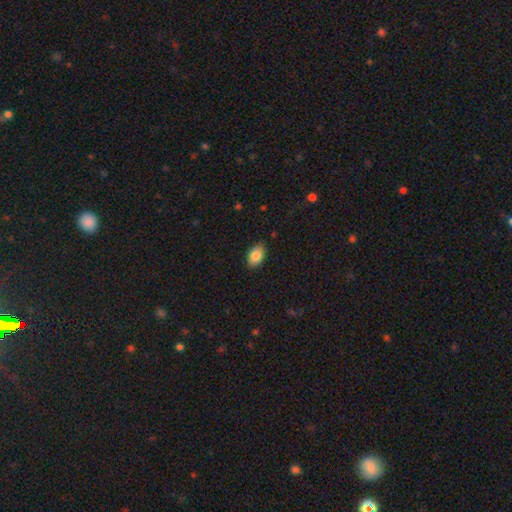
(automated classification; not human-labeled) Morphology: type=smooth (85%); roundness=in between (89%); merging=none (84%).